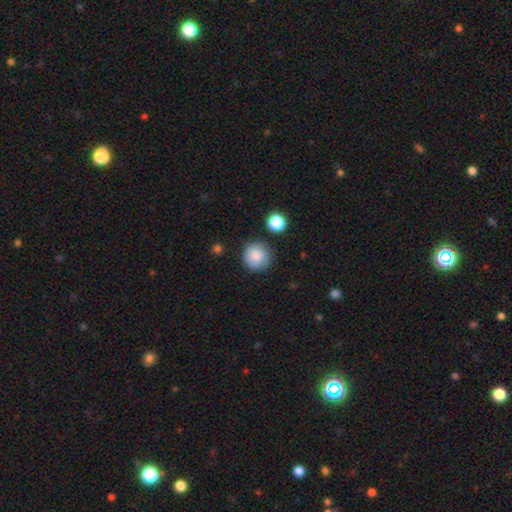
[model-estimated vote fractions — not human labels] Q: Smooth or featured?
A: smooth (83%); runner-up: featured or disk (9%)
Q: How rounded?
A: round (92%); runner-up: in between (7%)
Q: Merging?
A: none (79%); runner-up: minor disturbance (14%)